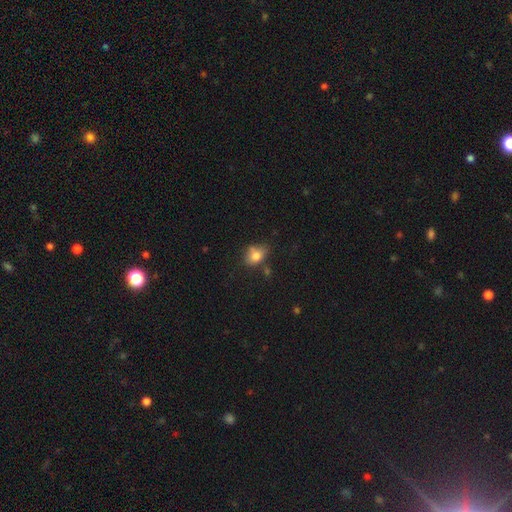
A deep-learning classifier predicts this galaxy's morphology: Q: Smooth or featured?
A: smooth (77%); runner-up: featured or disk (13%)
Q: How rounded?
A: in between (66%); runner-up: round (33%)
Q: Merging?
A: none (52%); runner-up: minor disturbance (28%)